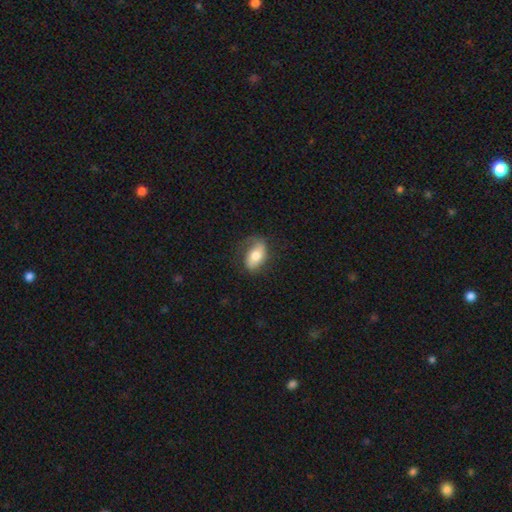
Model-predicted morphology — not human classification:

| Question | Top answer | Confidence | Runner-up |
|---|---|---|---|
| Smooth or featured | smooth | 58% | featured or disk (35%) |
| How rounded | in between | 88% | round (8%) |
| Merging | none | 62% | minor disturbance (24%) |